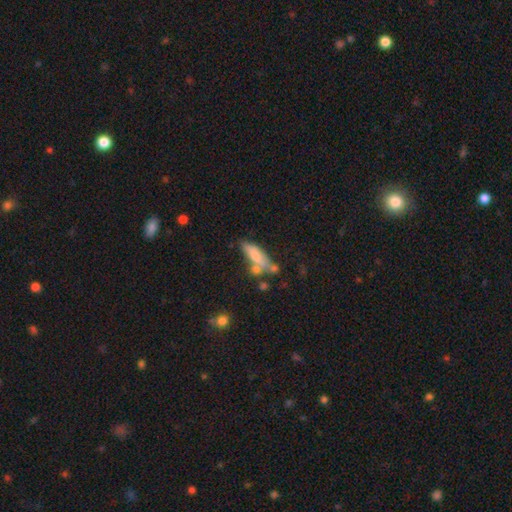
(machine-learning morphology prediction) Smooth or featured?
  - smooth: 70% *
  - featured or disk: 22%
  - star or artifact: 8%
How rounded?
  - cigar-shaped: 51% *
  - in between: 46%
  - round: 3%
Merging?
  - none: 46% *
  - minor disturbance: 22%
  - merger: 22%
  - major disturbance: 10%